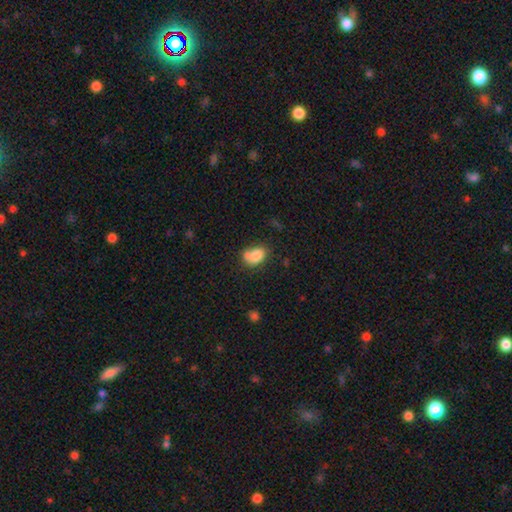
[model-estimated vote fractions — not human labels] smooth_or_featured: smooth (p=0.79) [alt: featured or disk p=0.12]
how_rounded: in between (p=0.78) [alt: round p=0.21]
merging: none (p=0.44) [alt: merger p=0.28]